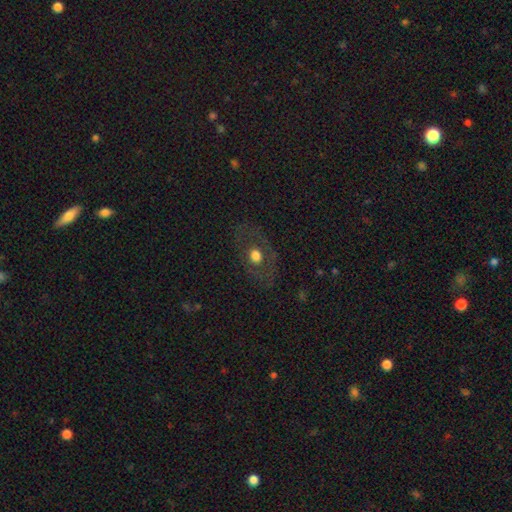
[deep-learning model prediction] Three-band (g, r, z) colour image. It shows a smooth galaxy with no disk features (54%) that is in between round and cigar-shaped (58%). Merging: none (79%).